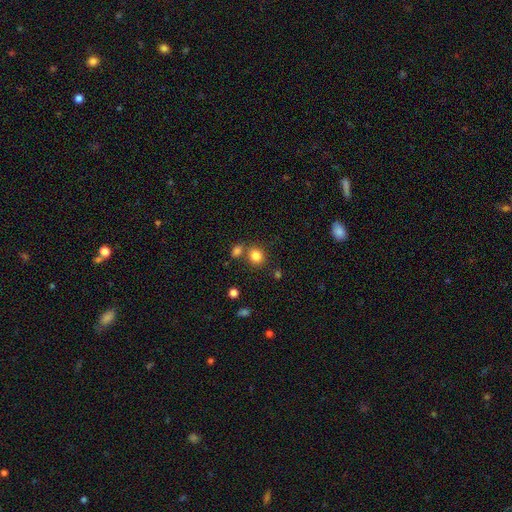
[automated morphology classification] smooth 83%, star or artifact 11%, featured or disk 6%. Down the decision tree: how rounded — round (73%); merging — none (68%).